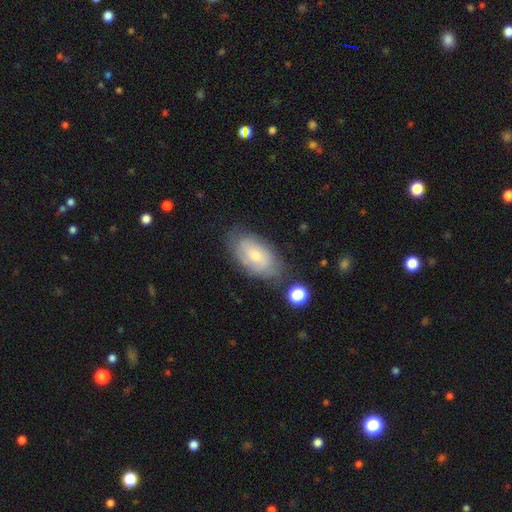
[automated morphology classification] A smooth galaxy with no disk features (50%).

Vote fractions:
- Smooth or featured? smooth: 50% / featured or disk: 43% / star or artifact: 8%
- Merging? none: 66% / minor disturbance: 23% / major disturbance: 7% / merger: 4%